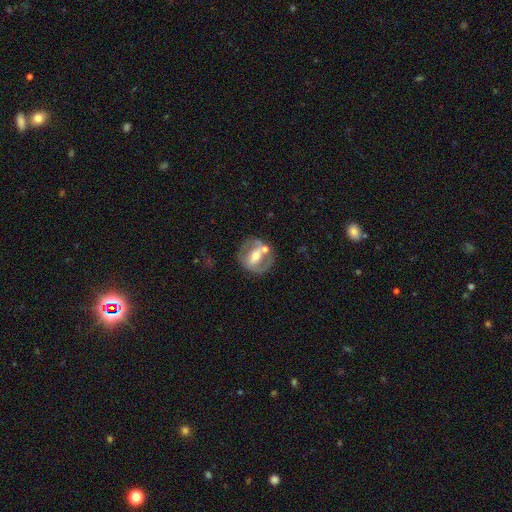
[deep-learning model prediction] A featured or disk galaxy (70%) with a strong bar (50%), no spiral arms (52%) and a moderate central bulge (68%). Merging: none (67%).